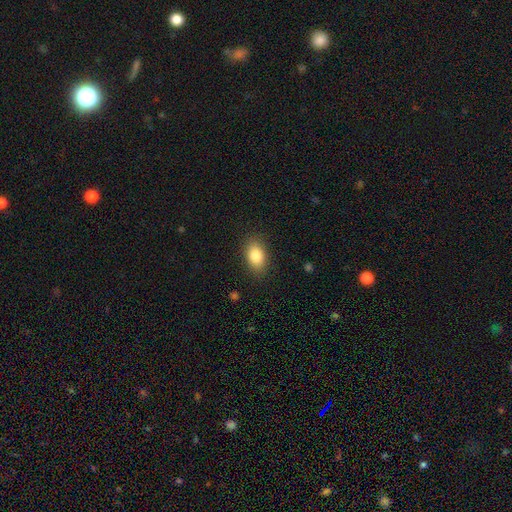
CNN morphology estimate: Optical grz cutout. It shows a smooth galaxy with no disk features (85%) that is in between round and cigar-shaped (88%). Merging: none (86%).